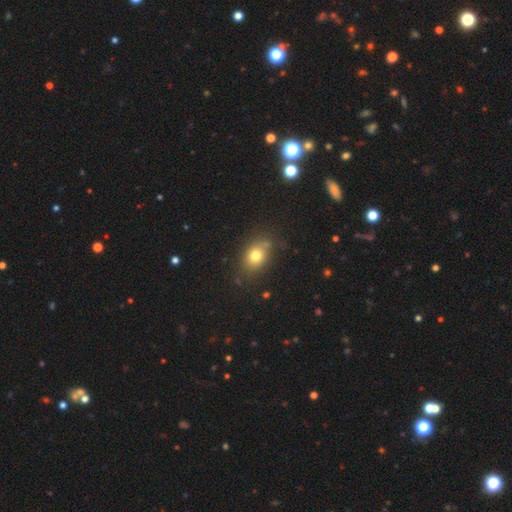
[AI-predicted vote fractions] Smooth or featured? Predicted: smooth (p=0.76). How rounded? Predicted: in between (p=0.62). Merging? Predicted: none (p=0.73).